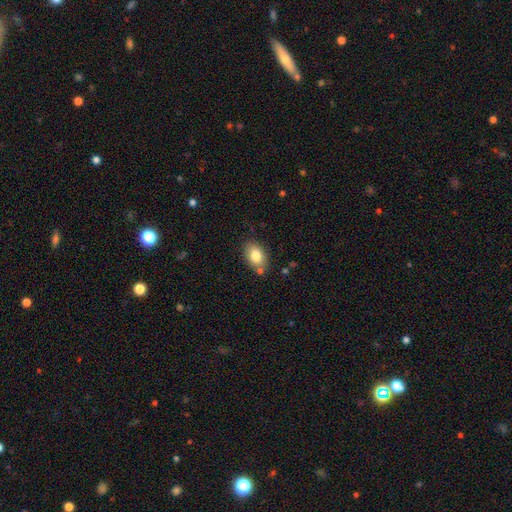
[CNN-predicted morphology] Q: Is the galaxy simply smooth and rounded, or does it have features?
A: smooth — 81%.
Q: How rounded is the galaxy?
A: in between — 84%.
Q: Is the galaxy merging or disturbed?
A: none — 77%.